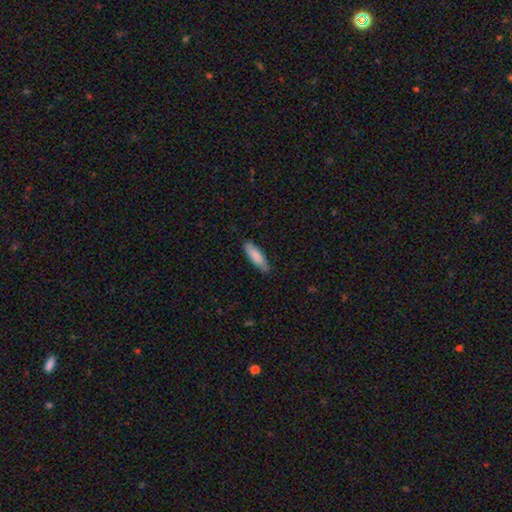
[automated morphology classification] smooth_or_featured: smooth (p=0.85) [alt: featured or disk p=0.10]
how_rounded: cigar-shaped (p=0.56) [alt: in between p=0.42]
merging: none (p=0.79) [alt: minor disturbance p=0.17]